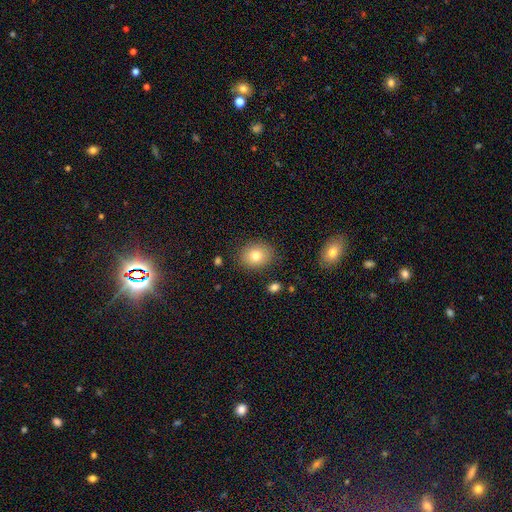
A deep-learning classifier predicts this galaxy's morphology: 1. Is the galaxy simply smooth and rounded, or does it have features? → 78% smooth, 12% featured or disk, 10% star or artifact.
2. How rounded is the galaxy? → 56% round, 43% in between, 1% cigar-shaped.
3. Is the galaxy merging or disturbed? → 85% none, 10% minor disturbance, 3% major disturbance, 2% merger.